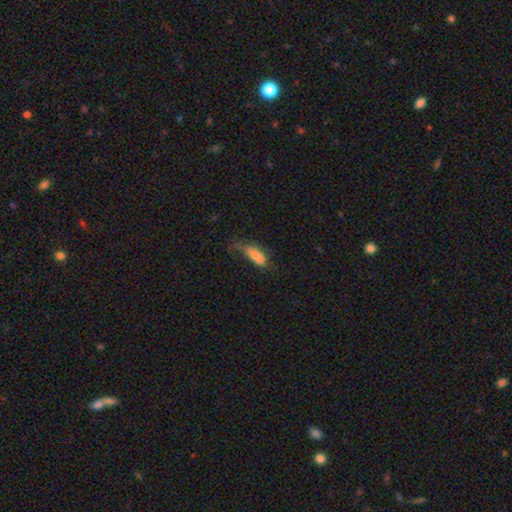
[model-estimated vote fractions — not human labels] smooth 69%, featured or disk 22%, star or artifact 9%. Down the decision tree: how rounded — in between (58%); merging — major disturbance (34%).